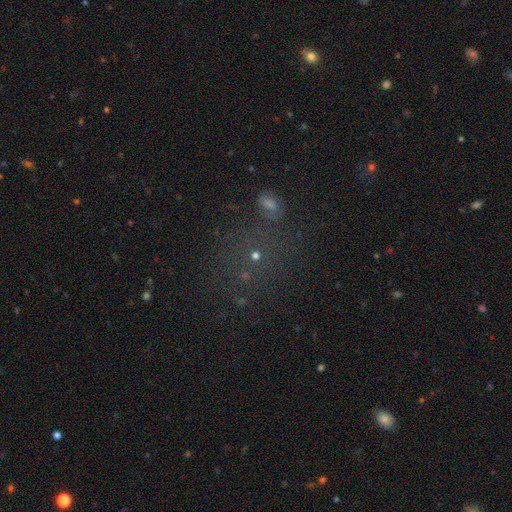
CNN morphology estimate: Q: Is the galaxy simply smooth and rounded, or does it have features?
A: star or artifact — 47%.